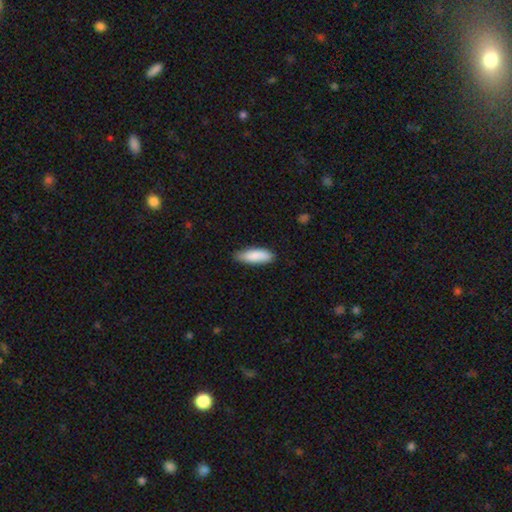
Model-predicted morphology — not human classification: This is clearly a smooth galaxy (86%). How rounded: likely in between (62%). Merging: likely none (80%).